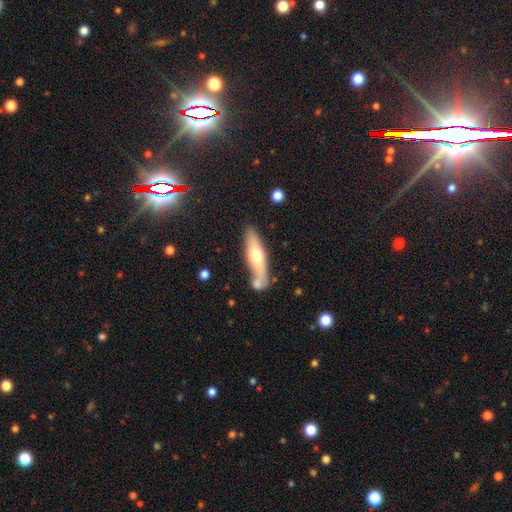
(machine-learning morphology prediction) This is possibly a smooth galaxy (54%). How rounded: likely cigar-shaped (63%). Merging: possibly none (57%).